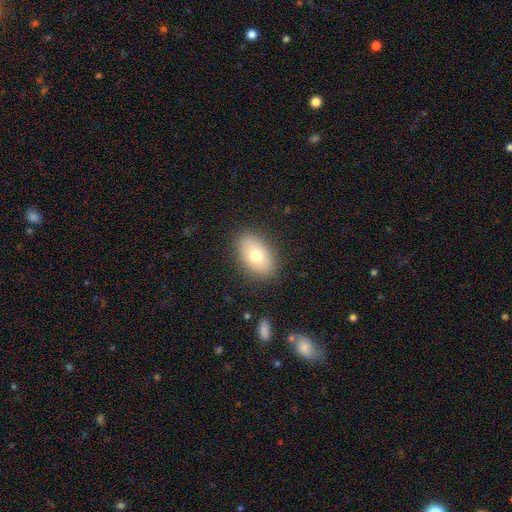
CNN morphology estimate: smooth 73%, featured or disk 18%, star or artifact 8%. Down the decision tree: how rounded — in between (89%); merging — none (86%).